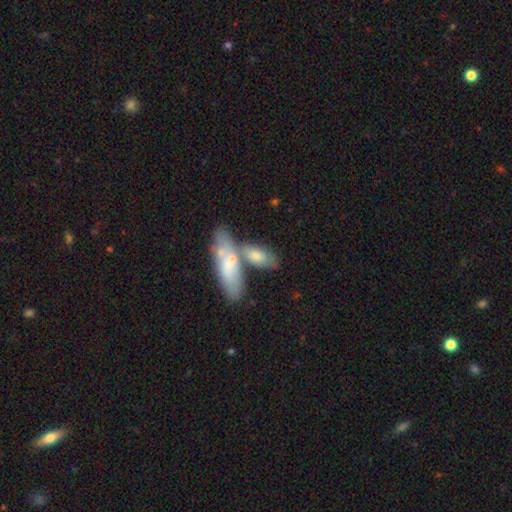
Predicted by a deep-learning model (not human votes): A smooth galaxy with no disk features (67%) that is in between round and cigar-shaped (68%).

Vote fractions:
- Smooth or featured? smooth: 67% / featured or disk: 27% / star or artifact: 6%
- How rounded? in between: 68% / cigar-shaped: 29% / round: 3%
- Merging? merger: 44% / none: 38% / minor disturbance: 13% / major disturbance: 5%